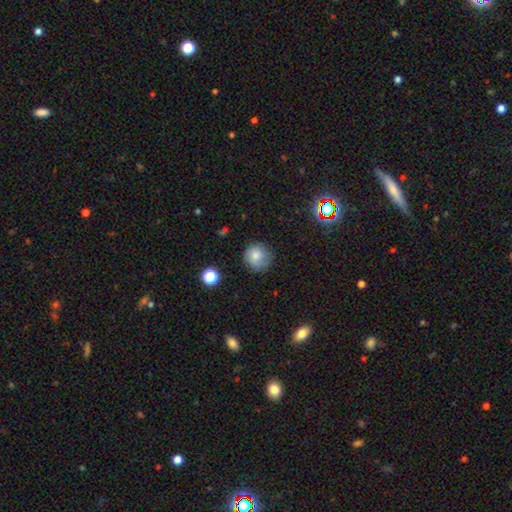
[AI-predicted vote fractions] Smooth or featured: smooth — 76% (featured or disk — 13%)
How rounded: round — 91% (in between — 8%)
Merging: none — 77% (minor disturbance — 17%)